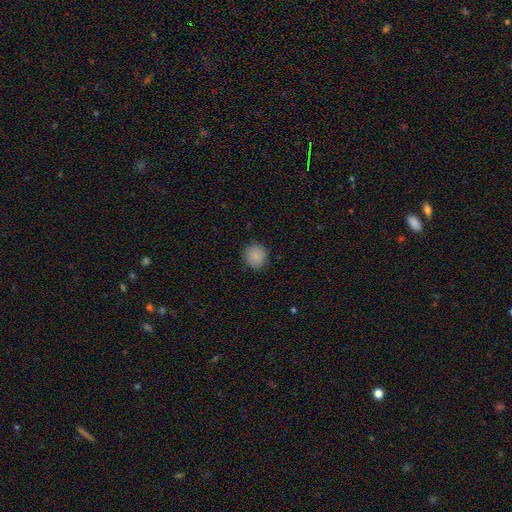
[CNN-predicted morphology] smooth 86%, star or artifact 9%, featured or disk 5%. Down the decision tree: how rounded — round (90%); merging — none (89%).